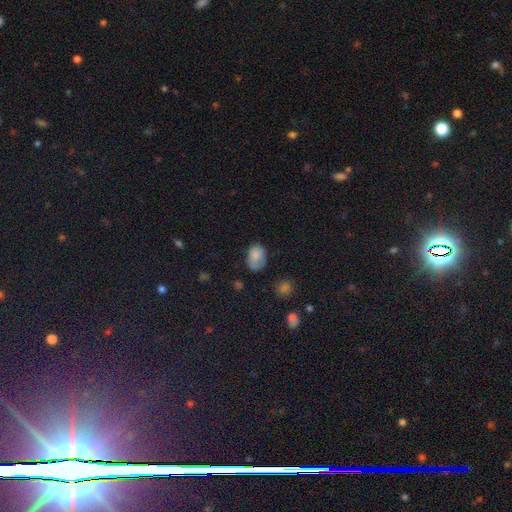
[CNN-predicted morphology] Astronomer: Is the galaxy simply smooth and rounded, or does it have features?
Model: smooth — 80%.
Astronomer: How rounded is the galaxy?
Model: in between — 77%.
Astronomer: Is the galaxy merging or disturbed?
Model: none — 51% (runner-up: minor disturbance, 33%).